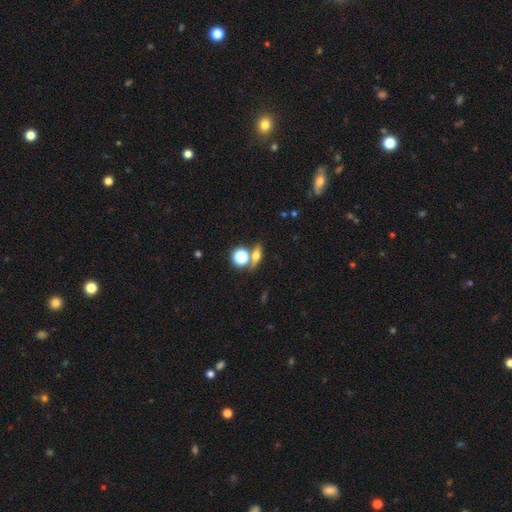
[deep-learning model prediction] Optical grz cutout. It shows a smooth galaxy with no disk features (47%). Merging: none (70%).